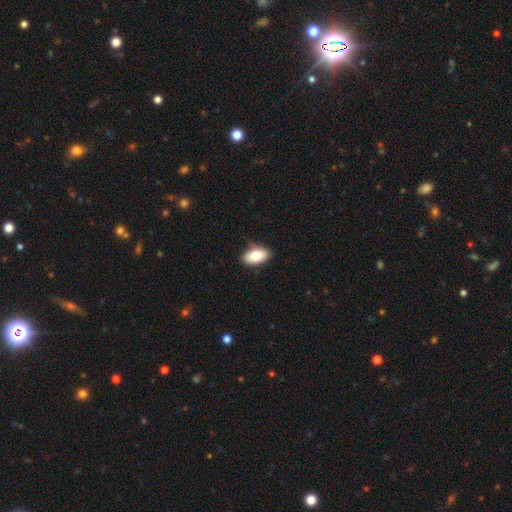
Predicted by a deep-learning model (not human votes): smooth-or-featured: smooth: 79% | featured or disk: 14% | star or artifact: 7%
  how-rounded: in between: 92% | round: 5% | cigar-shaped: 3%
  merging: none: 82% | minor disturbance: 14% | major disturbance: 2% | merger: 1%